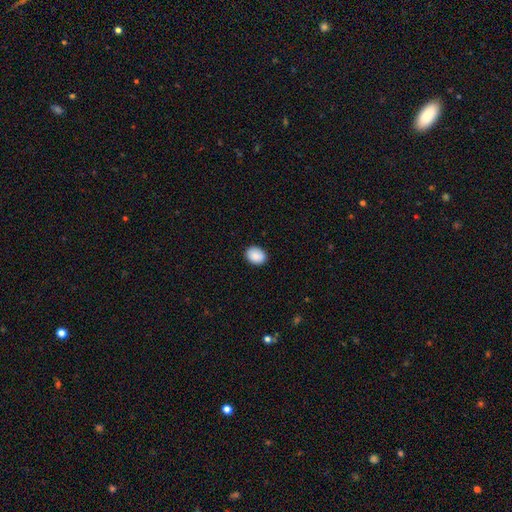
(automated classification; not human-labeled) A smooth galaxy with no disk features (88%) that is in between round and cigar-shaped (60%).

Vote fractions:
- Smooth or featured? smooth: 88% / star or artifact: 7% / featured or disk: 4%
- How rounded? in between: 60% / round: 39% / cigar-shaped: 1%
- Merging? none: 89% / minor disturbance: 8% / major disturbance: 2% / merger: 1%